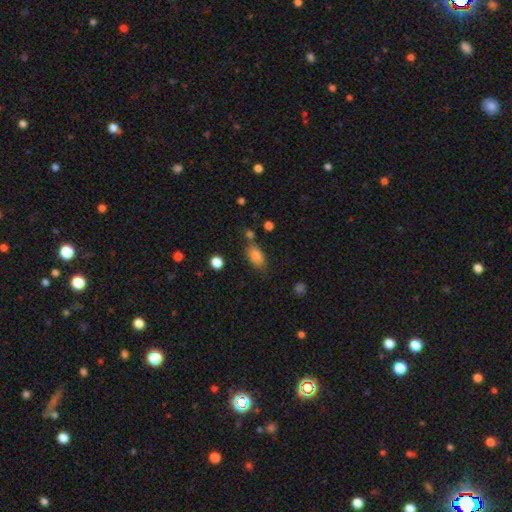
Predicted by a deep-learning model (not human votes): Overall: smooth (83%). How rounded: in between (87%). Merging: none (69%).